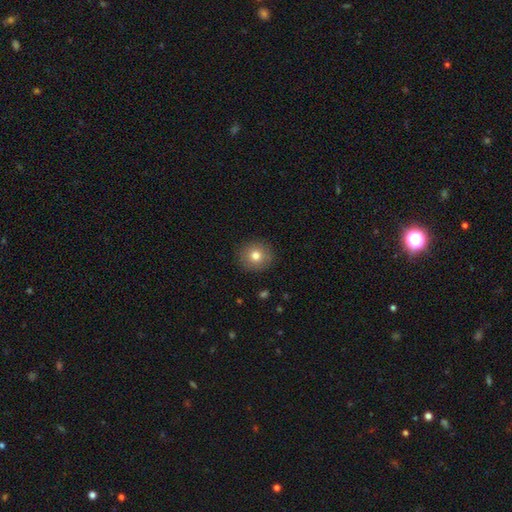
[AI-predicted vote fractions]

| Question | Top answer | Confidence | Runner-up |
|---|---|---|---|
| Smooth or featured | smooth | 78% | featured or disk (11%) |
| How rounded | round | 91% | in between (8%) |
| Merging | none | 90% | minor disturbance (7%) |